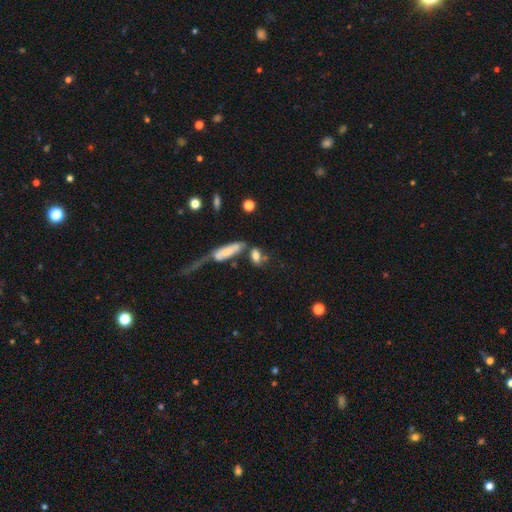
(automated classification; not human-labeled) Smooth or featured: smooth — 71% (featured or disk — 19%)
How rounded: in between — 69% (cigar-shaped — 24%)
Merging: none — 40% (merger — 34%)